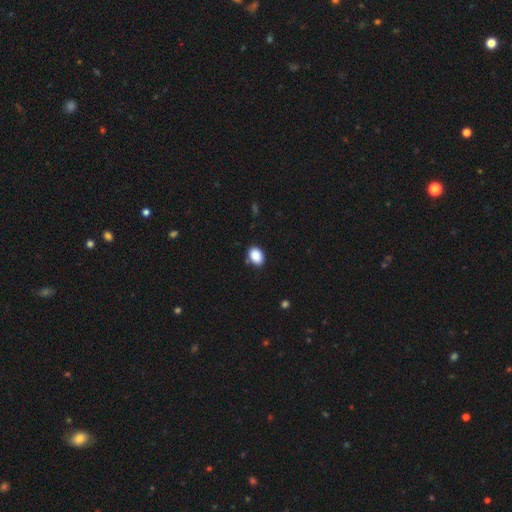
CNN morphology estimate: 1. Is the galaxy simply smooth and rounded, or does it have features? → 89% smooth, 8% star or artifact, 3% featured or disk.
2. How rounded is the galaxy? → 74% in between, 25% round, 1% cigar-shaped.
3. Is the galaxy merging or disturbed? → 83% none, 12% minor disturbance, 3% major disturbance, 2% merger.